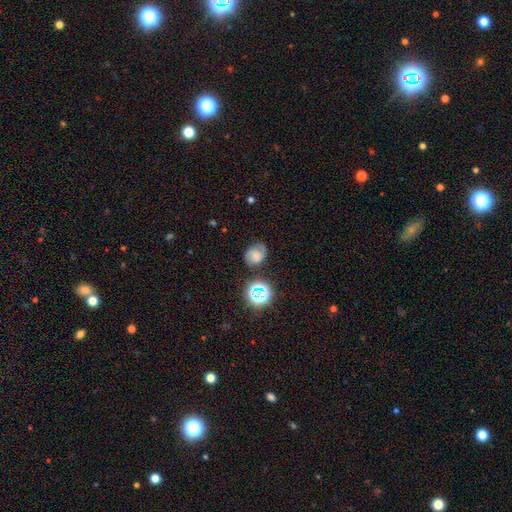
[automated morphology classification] This is possibly a featured or disk galaxy (52%). It is clearly not viewed edge-on (97%). Bar: possibly no (60%). Spiral arm pattern: clearly yes (91%). Central bulge: marginally small (36%). Merging: likely none (71%).